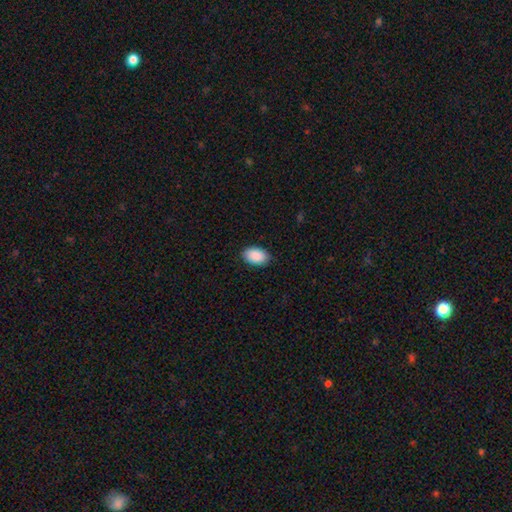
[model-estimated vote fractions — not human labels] Morphology: type=smooth (91%); roundness=in between (92%); merging=none (87%).